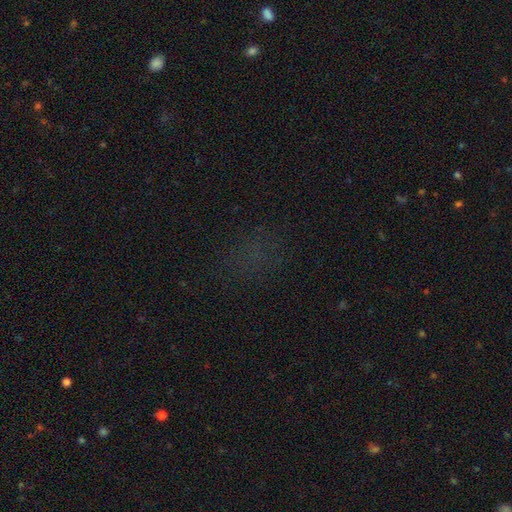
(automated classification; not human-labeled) This is possibly a star or artifact rather than a galaxy (53%).